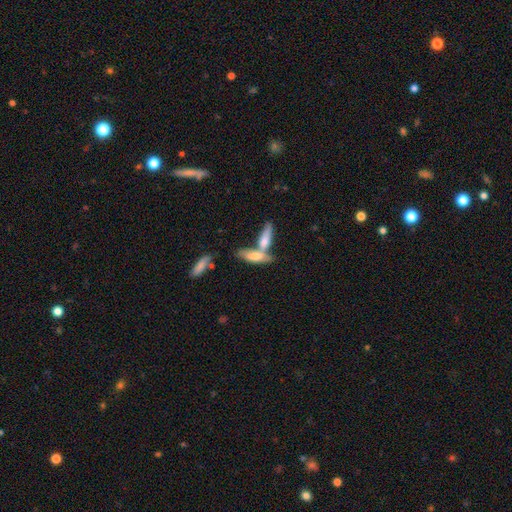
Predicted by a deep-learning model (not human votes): Smooth or featured?
  - smooth: 64% *
  - featured or disk: 29%
  - star or artifact: 7%
How rounded?
  - in between: 49% *
  - cigar-shaped: 48%
  - round: 2%
Merging?
  - merger: 54% *
  - none: 33%
  - minor disturbance: 9%
  - major disturbance: 4%